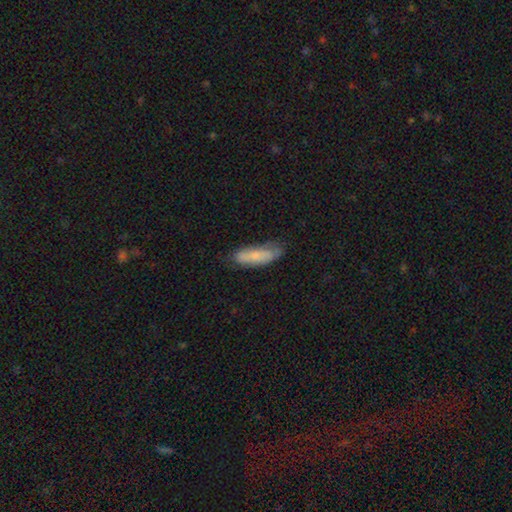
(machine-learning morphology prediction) This appears to be a smooth galaxy with no disk features (69%) that is in between round and cigar-shaped (53%). Merging: none (66%).